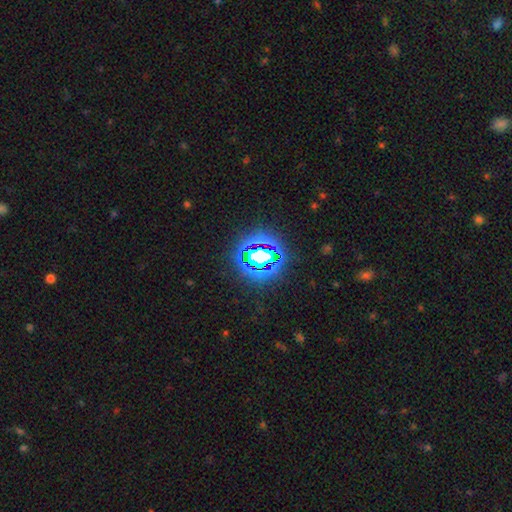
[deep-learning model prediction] Morphology: type=star or artifact (72%).